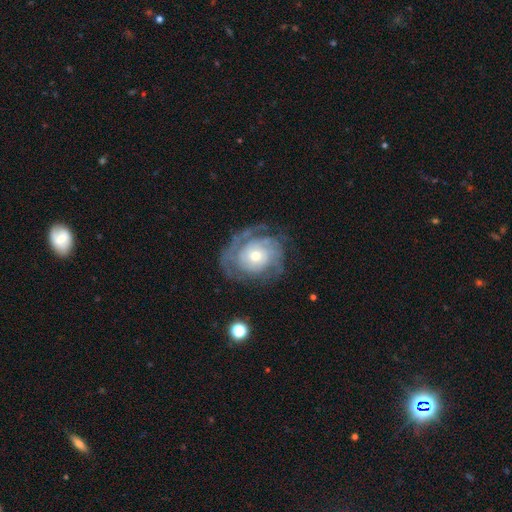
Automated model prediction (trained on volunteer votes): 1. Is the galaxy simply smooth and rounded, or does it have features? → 81% featured or disk, 13% smooth, 5% star or artifact.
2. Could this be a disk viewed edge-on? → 97% no, 3% yes.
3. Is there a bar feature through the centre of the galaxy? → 80% no, 16% weak, 4% strong.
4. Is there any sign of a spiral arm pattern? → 88% yes, 12% no.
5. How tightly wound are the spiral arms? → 66% tight, 25% medium, 8% loose.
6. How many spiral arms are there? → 40% can't tell, 24% 2, 17% 3, 7% 1, 7% 4, 5% more than 4.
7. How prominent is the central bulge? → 55% moderate, 38% small, 5% large, 1% none, 1% dominant.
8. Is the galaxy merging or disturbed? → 65% none, 20% minor disturbance, 14% major disturbance, 2% merger.